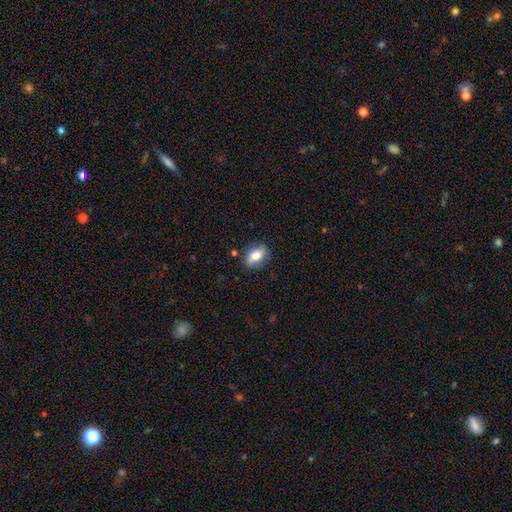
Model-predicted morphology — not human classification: A smooth galaxy with no disk features (77%) that is in between round and cigar-shaped (78%). Merging: none (76%).